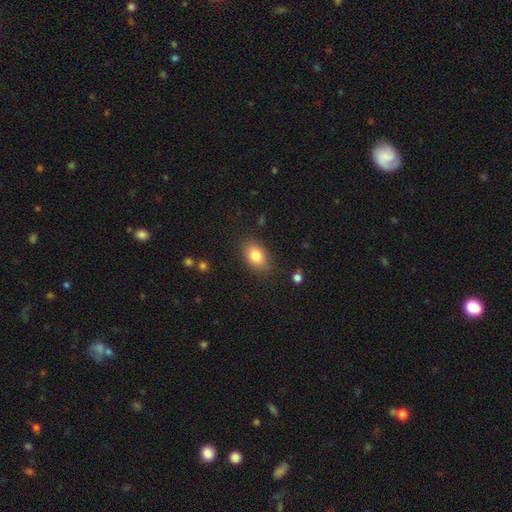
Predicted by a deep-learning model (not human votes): This is clearly a smooth galaxy (82%). How rounded: clearly in between (84%). Merging: clearly none (83%).